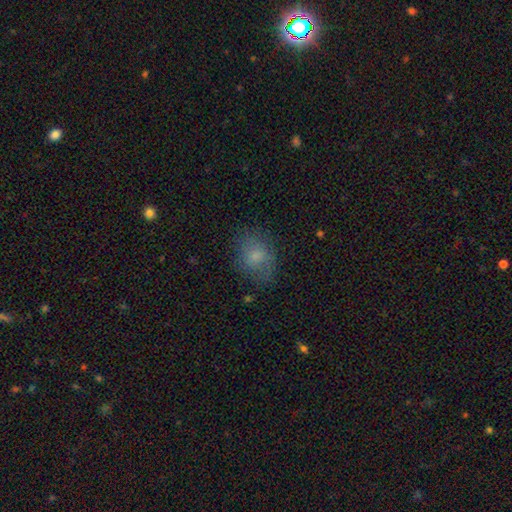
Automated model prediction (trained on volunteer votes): Morphology: type=smooth (70%); roundness=in between (52%); merging=none (68%).